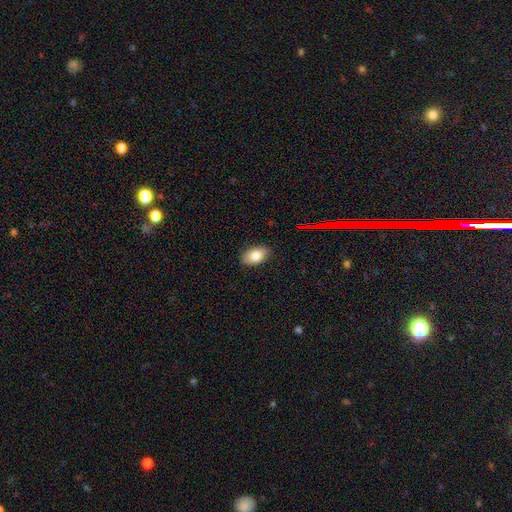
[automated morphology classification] Smooth or featured?
  - smooth: 80% *
  - featured or disk: 12%
  - star or artifact: 8%
How rounded?
  - in between: 91% *
  - round: 7%
  - cigar-shaped: 2%
Merging?
  - none: 86% *
  - minor disturbance: 11%
  - major disturbance: 2%
  - merger: 1%